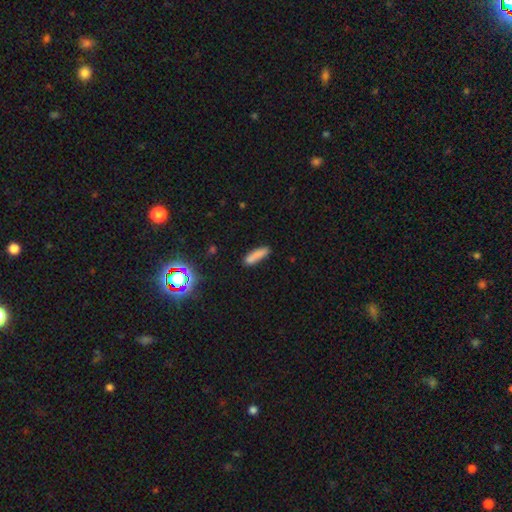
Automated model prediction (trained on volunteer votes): smooth_or_featured: smooth (p=0.82) [alt: star or artifact p=0.09]
how_rounded: cigar-shaped (p=0.71) [alt: in between p=0.27]
merging: none (p=0.77) [alt: minor disturbance p=0.16]